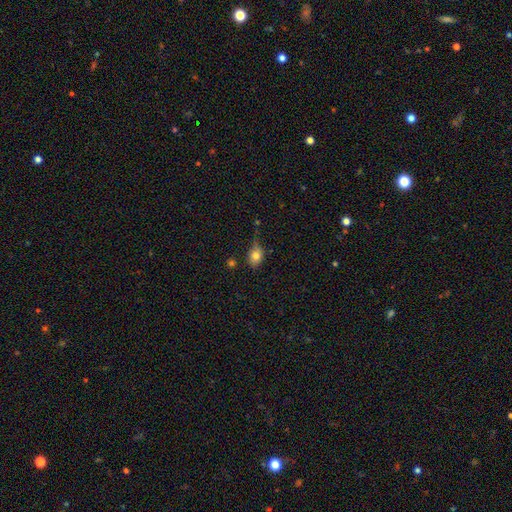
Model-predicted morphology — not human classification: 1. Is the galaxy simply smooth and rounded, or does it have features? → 78% smooth, 12% featured or disk, 10% star or artifact.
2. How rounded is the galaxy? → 67% in between, 31% round, 2% cigar-shaped.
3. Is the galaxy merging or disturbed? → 46% none, 37% minor disturbance, 12% major disturbance, 5% merger.